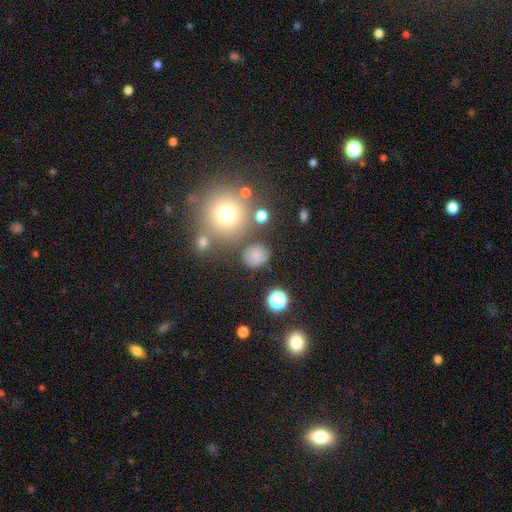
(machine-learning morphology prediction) A smooth galaxy with no disk features (74%) that is round (77%). Merging: none (74%).